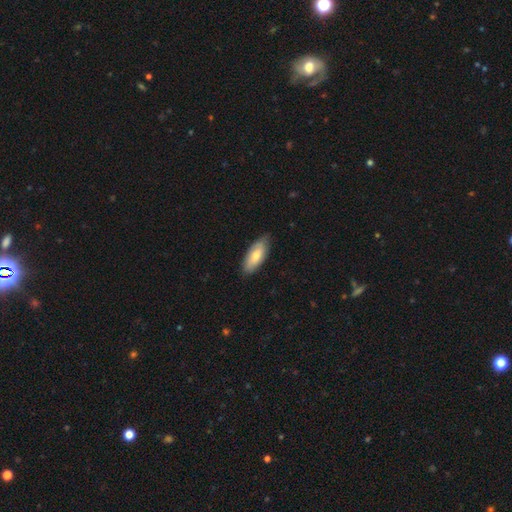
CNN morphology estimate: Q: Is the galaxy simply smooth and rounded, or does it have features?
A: smooth — 74%.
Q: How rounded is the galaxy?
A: in between — 81%.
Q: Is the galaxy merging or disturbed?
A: none — 78%.